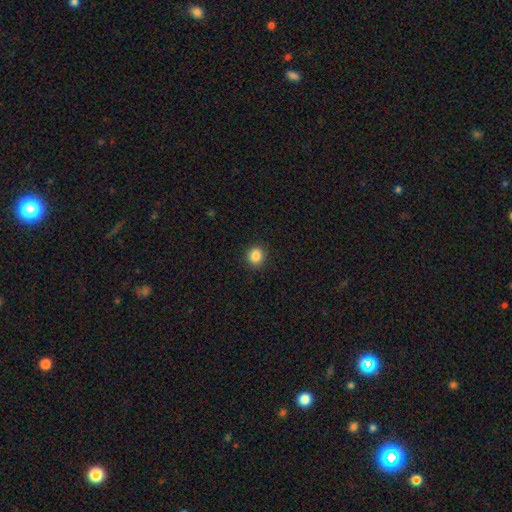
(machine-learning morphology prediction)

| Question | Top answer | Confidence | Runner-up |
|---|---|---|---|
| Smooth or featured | smooth | 86% | star or artifact (10%) |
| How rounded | round | 86% | in between (13%) |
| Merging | none | 92% | minor disturbance (5%) |